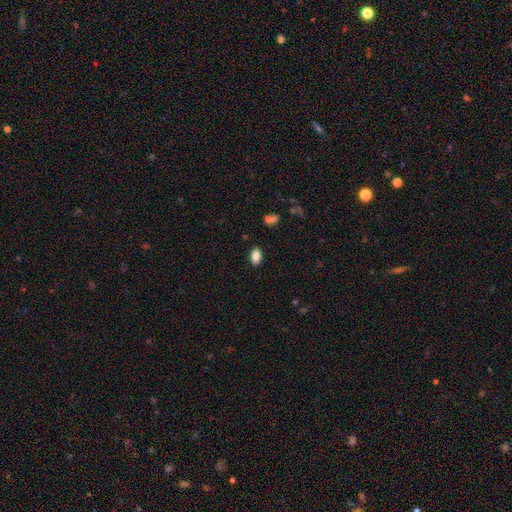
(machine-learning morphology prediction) The model was most divided on "smooth or featured": smooth: 85%, star or artifact: 9%, featured or disk: 6%. More confident: how rounded — in between (91%); merging — none (87%).